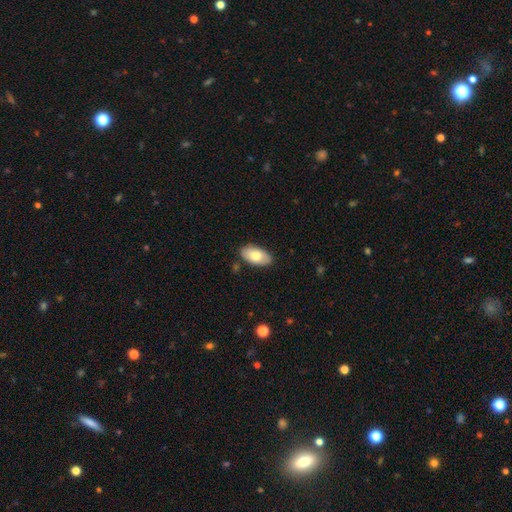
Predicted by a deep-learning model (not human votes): A smooth galaxy with no disk features (74%) that is in between round and cigar-shaped (94%).

Vote fractions:
- Smooth or featured? smooth: 74% / featured or disk: 20% / star or artifact: 6%
- How rounded? in between: 94% / round: 3% / cigar-shaped: 2%
- Merging? none: 85% / minor disturbance: 11% / major disturbance: 2% / merger: 2%